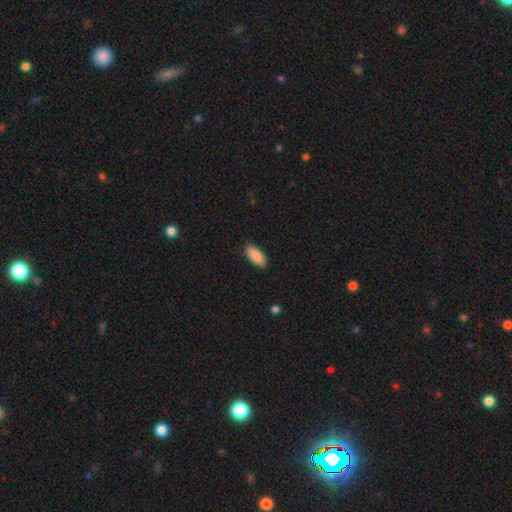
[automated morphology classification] This is clearly a smooth galaxy (91%). How rounded: clearly in between (88%). Merging: clearly none (90%).